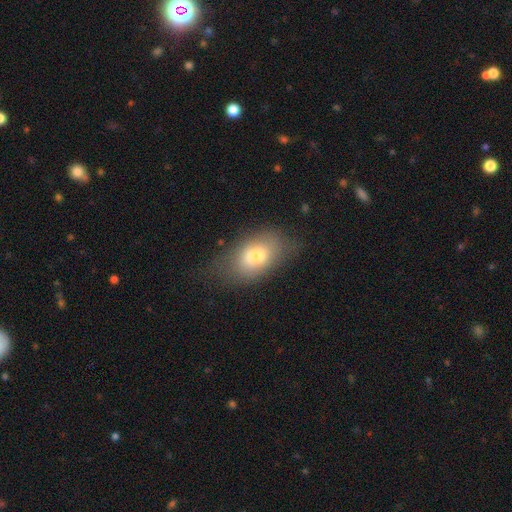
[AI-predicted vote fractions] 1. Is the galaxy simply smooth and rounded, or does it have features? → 72% smooth, 18% featured or disk, 10% star or artifact.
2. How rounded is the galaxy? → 87% in between, 11% round, 2% cigar-shaped.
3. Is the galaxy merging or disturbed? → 65% none, 22% minor disturbance, 10% major disturbance, 3% merger.